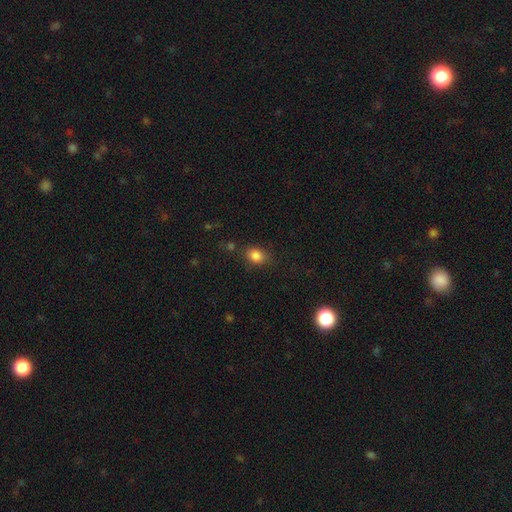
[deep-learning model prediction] A smooth galaxy with no disk features (84%) that is in between round and cigar-shaped (61%).

Vote fractions:
- Smooth or featured? smooth: 84% / star or artifact: 11% / featured or disk: 6%
- How rounded? in between: 61% / round: 38% / cigar-shaped: 1%
- Merging? none: 75% / minor disturbance: 15% / major disturbance: 5% / merger: 5%